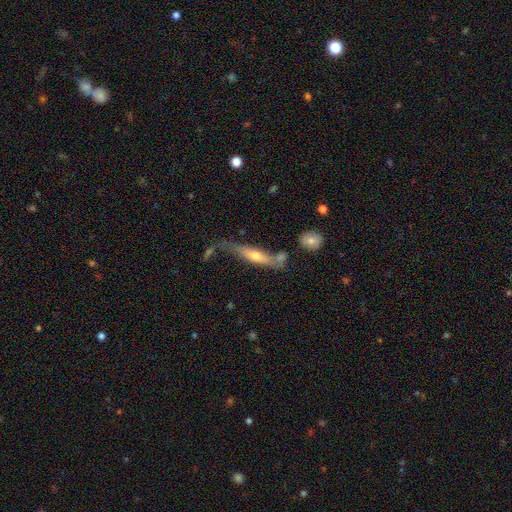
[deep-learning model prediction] Overall: featured or disk (49%; smooth 44%). Merging: none (39%; minor disturbance 24%).